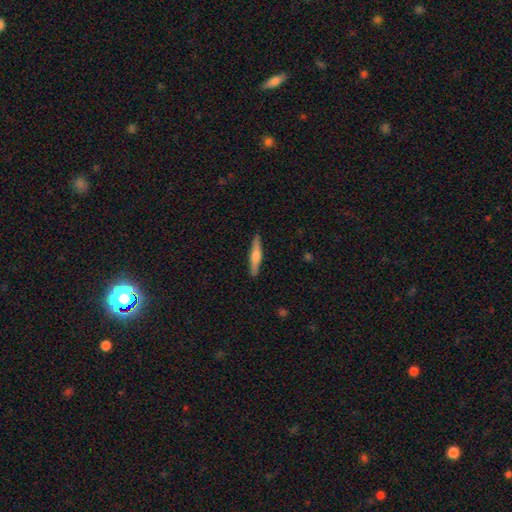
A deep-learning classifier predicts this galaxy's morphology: A smooth galaxy with no disk features (48%). Merging: none (90%).